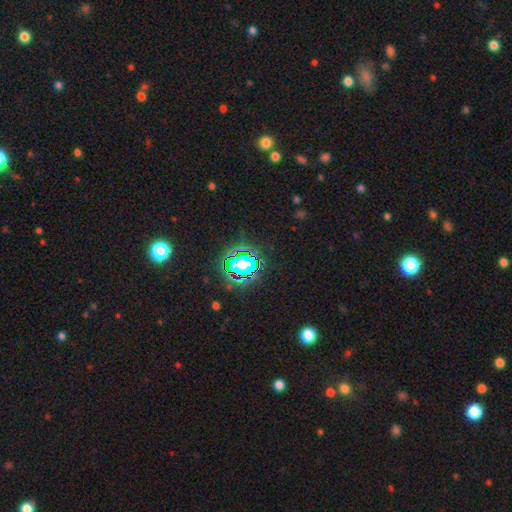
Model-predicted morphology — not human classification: star or artifact 80%, smooth 13%, featured or disk 8%.